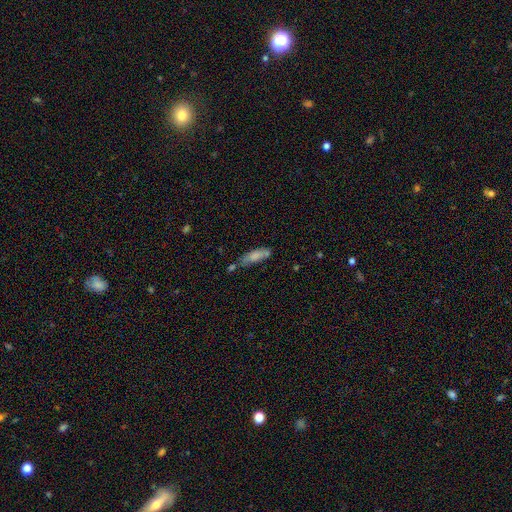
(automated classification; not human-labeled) smooth 76%, featured or disk 17%, star or artifact 8%. Down the decision tree: how rounded — cigar-shaped (50%); merging — none (48%).